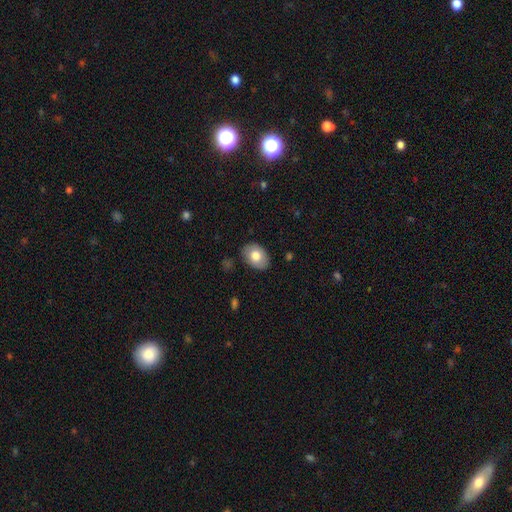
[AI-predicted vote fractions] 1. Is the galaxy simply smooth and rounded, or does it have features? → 76% smooth, 17% featured or disk, 7% star or artifact.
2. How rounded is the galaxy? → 81% in between, 18% round, 1% cigar-shaped.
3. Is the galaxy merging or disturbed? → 84% none, 12% minor disturbance, 2% major disturbance, 1% merger.